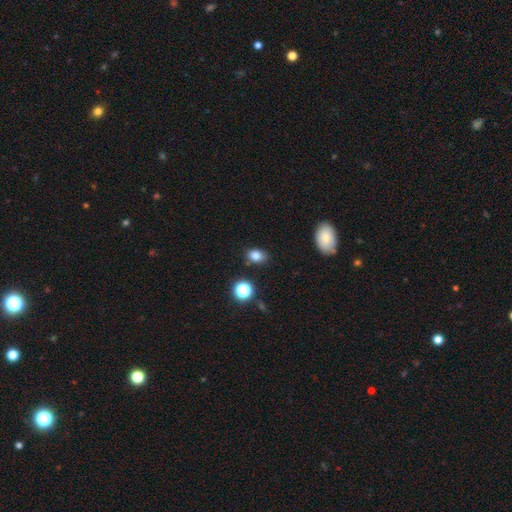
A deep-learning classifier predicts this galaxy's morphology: smooth_or_featured: smooth (p=0.81) [alt: star or artifact p=0.13]
how_rounded: in between (p=0.73) [alt: round p=0.26]
merging: none (p=0.81) [alt: minor disturbance p=0.13]